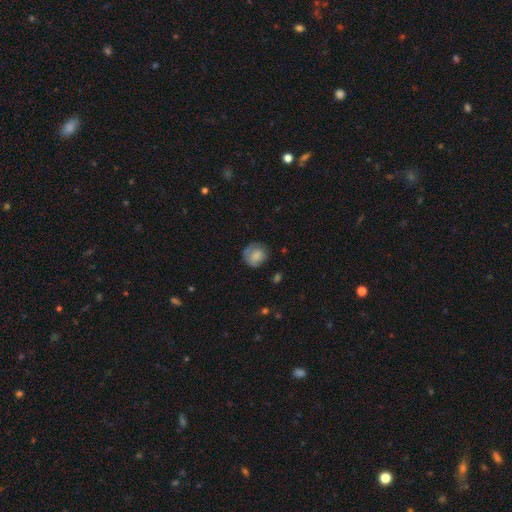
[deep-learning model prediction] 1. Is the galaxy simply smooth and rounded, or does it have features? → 74% smooth, 18% featured or disk, 8% star or artifact.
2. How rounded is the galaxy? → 78% round, 21% in between, 1% cigar-shaped.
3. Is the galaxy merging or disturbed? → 62% none, 25% minor disturbance, 11% major disturbance, 2% merger.